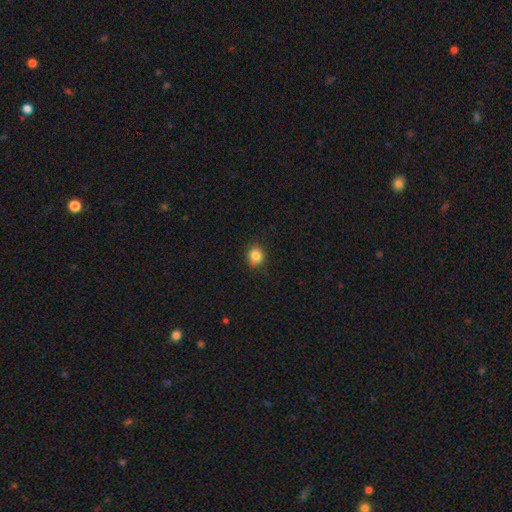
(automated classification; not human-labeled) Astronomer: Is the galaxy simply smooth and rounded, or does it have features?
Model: smooth — 85%.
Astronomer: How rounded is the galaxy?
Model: round — 82%.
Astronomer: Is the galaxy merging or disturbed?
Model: none — 87%.